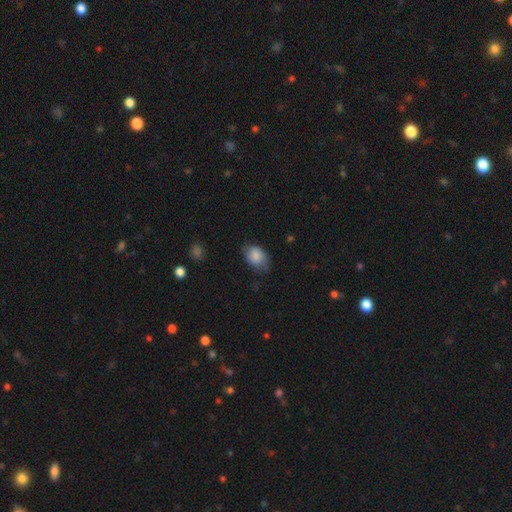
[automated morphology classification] type=smooth (83%); roundness=in between (84%); merging=none (65%).